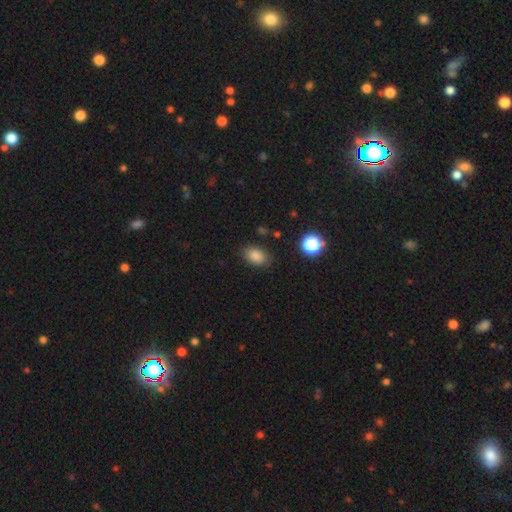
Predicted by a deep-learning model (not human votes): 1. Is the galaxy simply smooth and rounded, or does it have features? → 85% smooth, 10% star or artifact, 5% featured or disk.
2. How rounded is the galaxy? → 84% in between, 15% round, 1% cigar-shaped.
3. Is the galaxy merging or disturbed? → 85% none, 11% minor disturbance, 3% major disturbance, 2% merger.